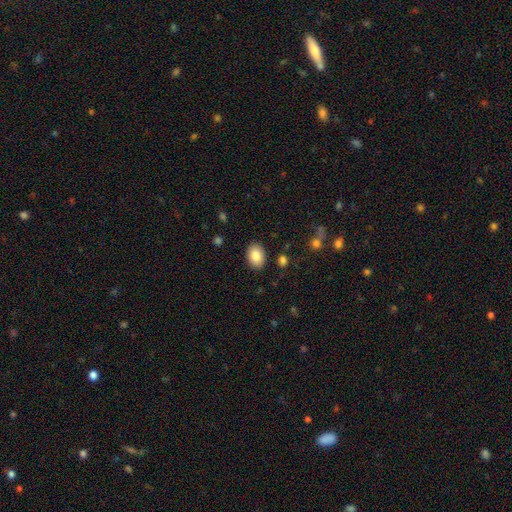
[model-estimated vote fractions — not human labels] Smooth or featured? smooth (85%)
How rounded? in between (82%)
Merging? none (88%)